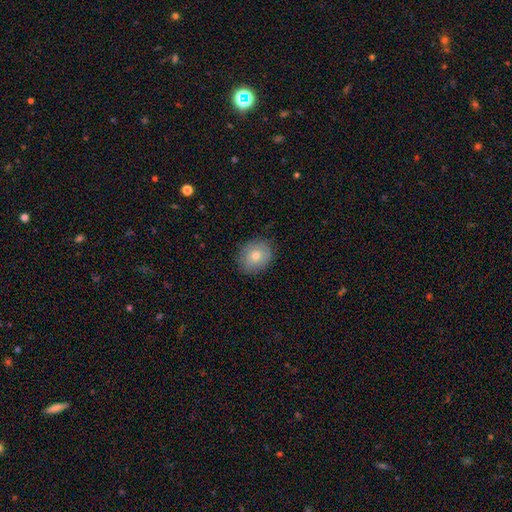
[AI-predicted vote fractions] A smooth galaxy with no disk features (70%) that is round (61%).

Vote fractions:
- Smooth or featured? smooth: 70% / featured or disk: 20% / star or artifact: 10%
- How rounded? round: 61% / in between: 38% / cigar-shaped: 1%
- Merging? none: 85% / minor disturbance: 11% / major disturbance: 3% / merger: 1%